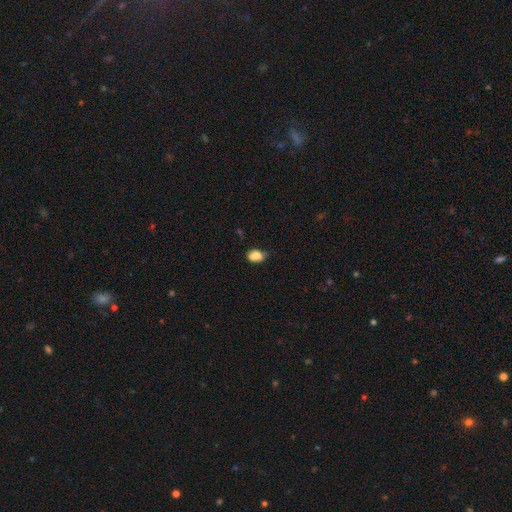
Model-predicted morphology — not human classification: A smooth galaxy with no disk features (76%) that is in between round and cigar-shaped (74%). Merging: none (40%).